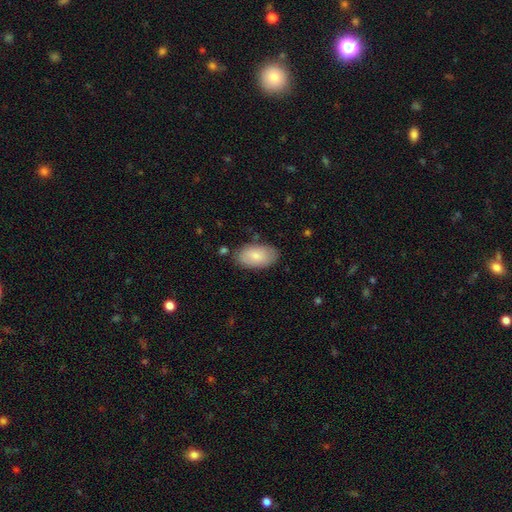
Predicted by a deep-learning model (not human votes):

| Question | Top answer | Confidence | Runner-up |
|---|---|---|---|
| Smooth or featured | smooth | 81% | featured or disk (14%) |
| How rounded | in between | 95% | round (3%) |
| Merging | none | 81% | minor disturbance (13%) |